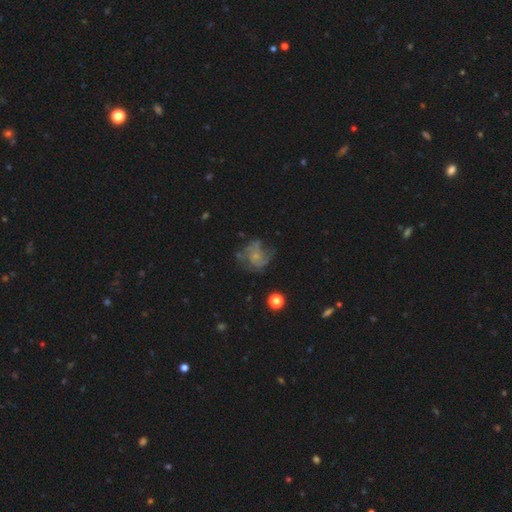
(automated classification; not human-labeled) Smooth or featured: featured or disk — 63% (smooth — 25%)
Edge-on disk: no — 98% (yes — 2%)
Bar: no — 81% (weak — 17%)
Spiral arms: yes — 78% (no — 22%)
Bulge size: small — 66% (none — 17%)
Merging: none — 52% (minor disturbance — 23%)